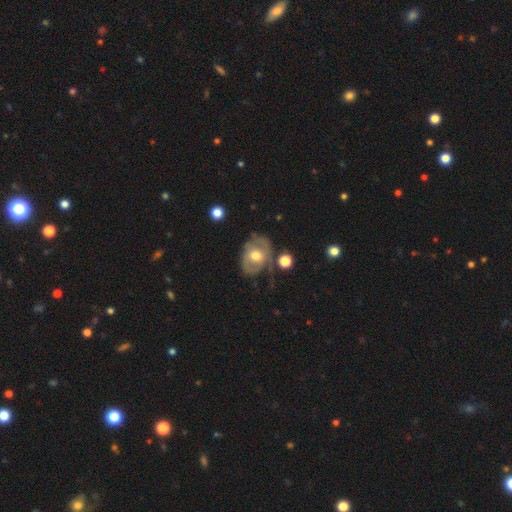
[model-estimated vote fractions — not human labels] Morphology: type=featured or disk (62%); edge-on=no (95%); bar=no (63%); spiral arms=yes (54%); bulge=moderate (73%); merging=none (52%).